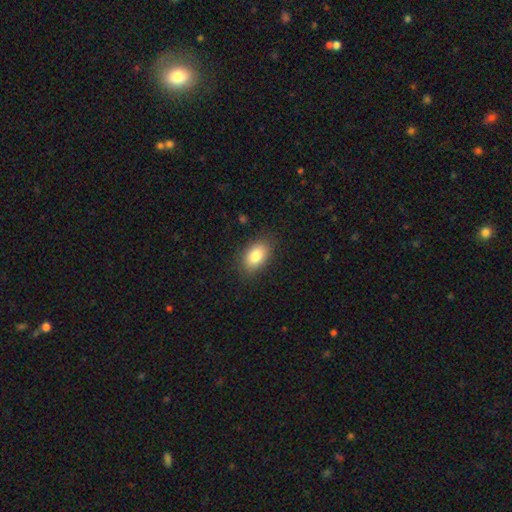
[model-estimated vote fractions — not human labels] Smooth or featured? Predicted: smooth (p=0.83). How rounded? Predicted: in between (p=0.90). Merging? Predicted: none (p=0.85).